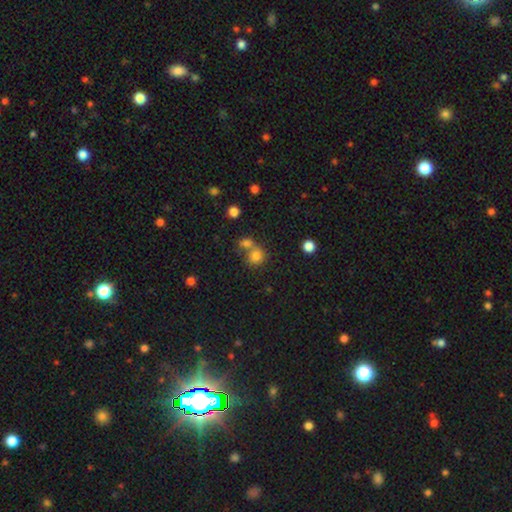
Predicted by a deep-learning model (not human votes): smooth_or_featured: smooth (p=0.78) [alt: star or artifact p=0.14]
how_rounded: round (p=0.79) [alt: in between p=0.20]
merging: merger (p=0.44) [tied with: none p=0.44]